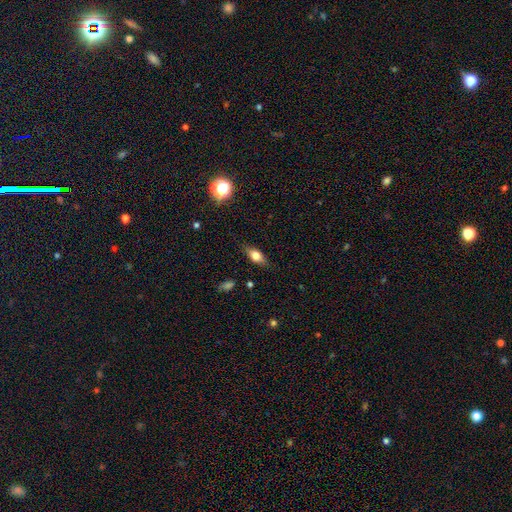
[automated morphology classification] smooth-or-featured: smooth: 71% | featured or disk: 20% | star or artifact: 9%
  how-rounded: in between: 78% | cigar-shaped: 14% | round: 8%
  merging: none: 81% | minor disturbance: 14% | major disturbance: 3% | merger: 1%